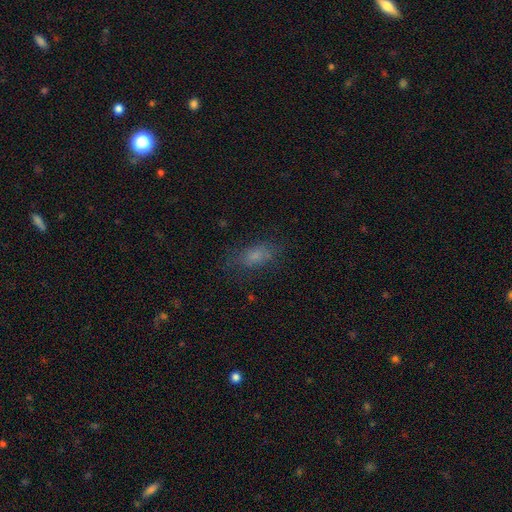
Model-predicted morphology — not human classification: Overall: smooth (69%). How rounded: in between (81%). Merging: none (68%).